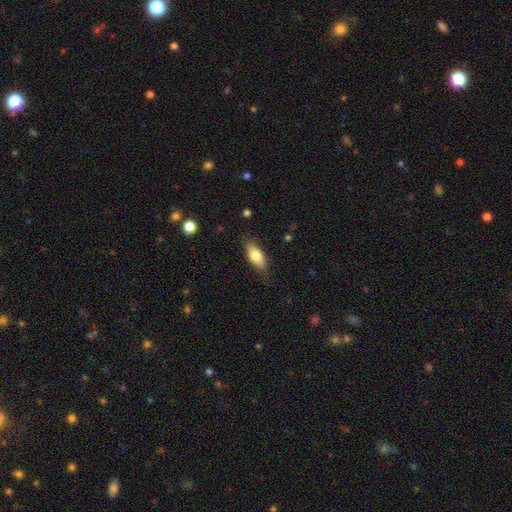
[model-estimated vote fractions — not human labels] smooth-or-featured: smooth: 75% | featured or disk: 19% | star or artifact: 6%
  how-rounded: in between: 81% | cigar-shaped: 16% | round: 3%
  merging: none: 76% | minor disturbance: 19% | major disturbance: 4% | merger: 1%